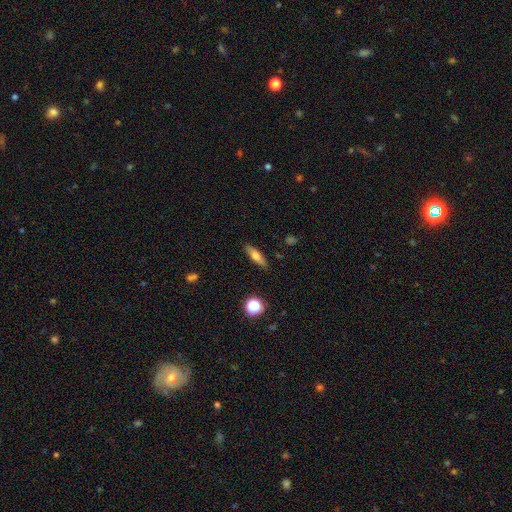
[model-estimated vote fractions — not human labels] Smooth or featured?
  - smooth: 65% *
  - featured or disk: 26%
  - star or artifact: 9%
How rounded?
  - cigar-shaped: 55% *
  - in between: 40%
  - round: 4%
Merging?
  - none: 87% *
  - minor disturbance: 9%
  - major disturbance: 2%
  - merger: 1%